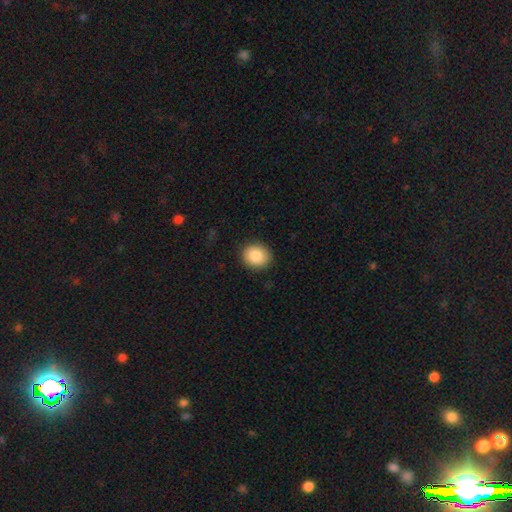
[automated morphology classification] smooth-or-featured: smooth: 87% | star or artifact: 8% | featured or disk: 6%
  how-rounded: round: 76% | in between: 23% | cigar-shaped: 1%
  merging: none: 90% | minor disturbance: 7% | major disturbance: 2% | merger: 1%